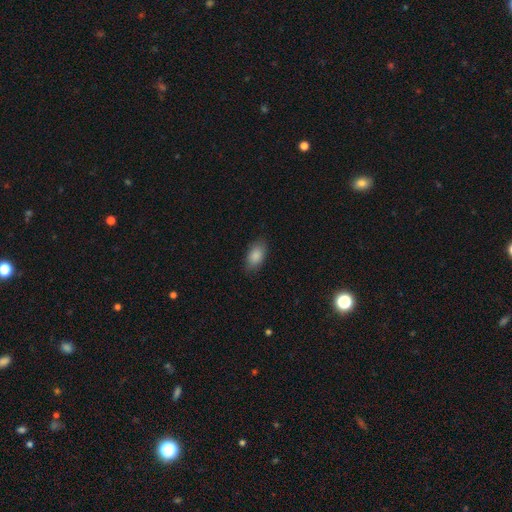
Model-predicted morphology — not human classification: Smooth or featured: smooth — 88% (star or artifact — 7%)
How rounded: in between — 92% (round — 5%)
Merging: none — 84% (minor disturbance — 12%)